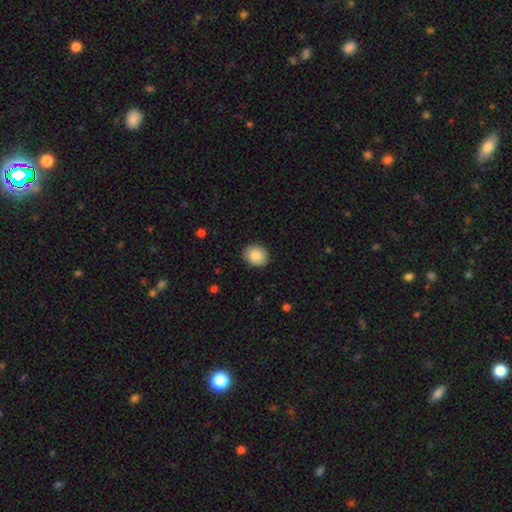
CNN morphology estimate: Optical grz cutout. It shows a smooth galaxy with no disk features (88%) that is round (65%). Merging: none (89%).